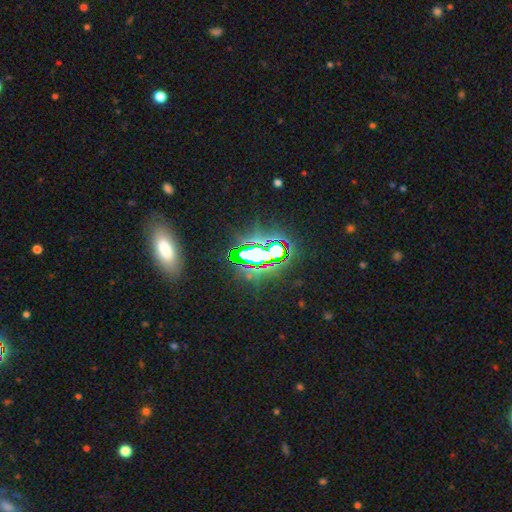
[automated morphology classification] This is likely a star or artifact rather than a galaxy (74%).